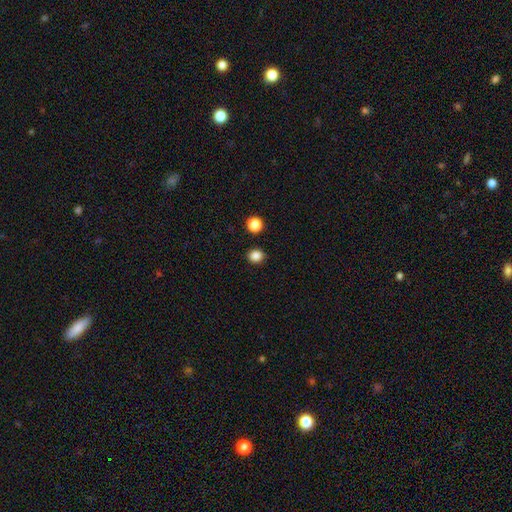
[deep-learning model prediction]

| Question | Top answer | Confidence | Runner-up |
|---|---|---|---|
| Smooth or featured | smooth | 85% | star or artifact (12%) |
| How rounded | round | 80% | in between (20%) |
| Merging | none | 89% | minor disturbance (6%) |